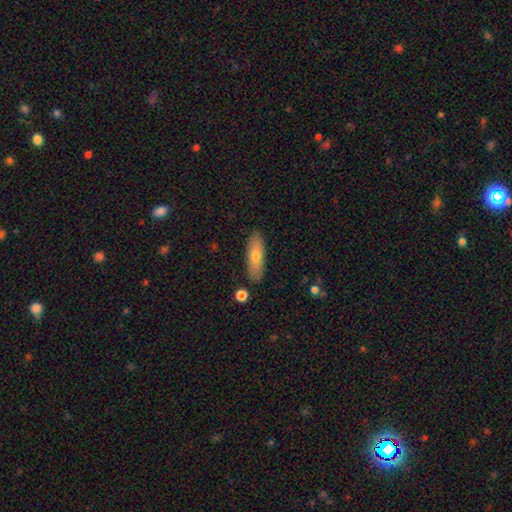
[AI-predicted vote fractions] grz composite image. It shows a smooth galaxy with no disk features (67%) that is in between round and cigar-shaped (50%). Merging: none (86%).